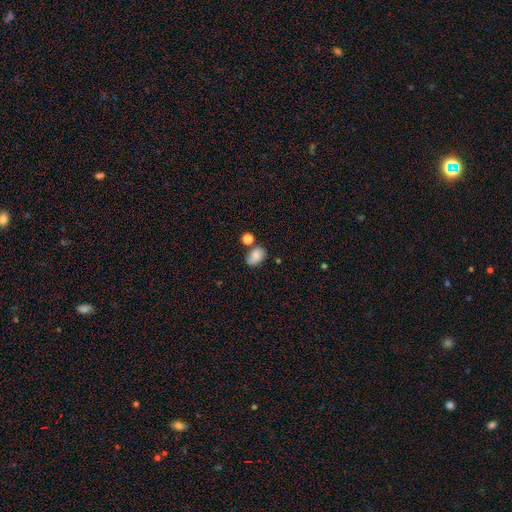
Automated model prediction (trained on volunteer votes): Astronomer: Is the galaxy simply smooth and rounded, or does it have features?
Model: smooth — 80%.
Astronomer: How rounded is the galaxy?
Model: in between — 80%.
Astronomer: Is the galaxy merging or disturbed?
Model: none — 55%.